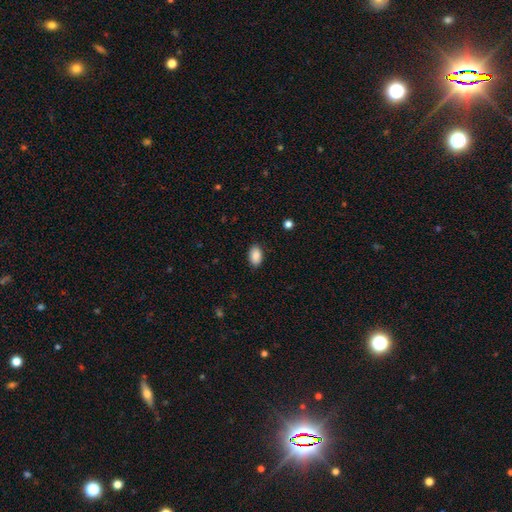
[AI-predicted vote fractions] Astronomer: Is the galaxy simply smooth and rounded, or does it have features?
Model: smooth — 89%.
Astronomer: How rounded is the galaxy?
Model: in between — 92%.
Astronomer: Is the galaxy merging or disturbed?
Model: none — 88%.